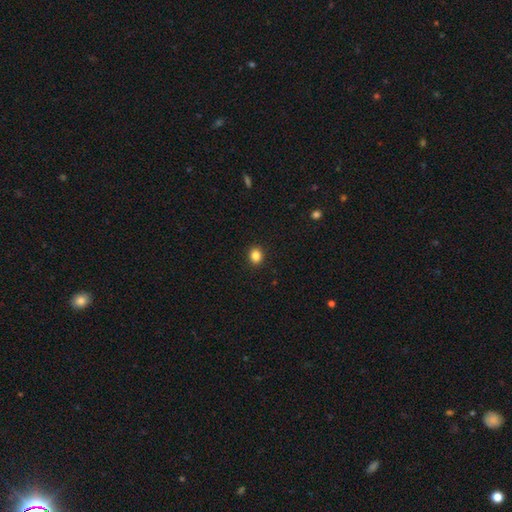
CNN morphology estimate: smooth-or-featured: smooth: 85% | star or artifact: 11% | featured or disk: 4%
  how-rounded: round: 62% | in between: 37% | cigar-shaped: 1%
  merging: none: 91% | minor disturbance: 6% | major disturbance: 2% | merger: 1%